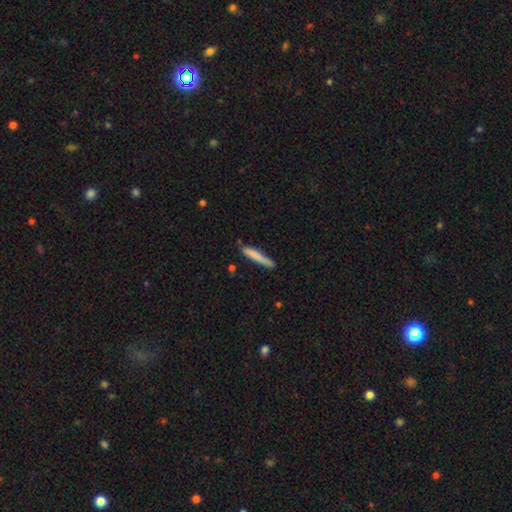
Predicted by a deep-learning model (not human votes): A smooth galaxy with no disk features (77%) that is cigar-shaped (94%). Merging: none (77%).